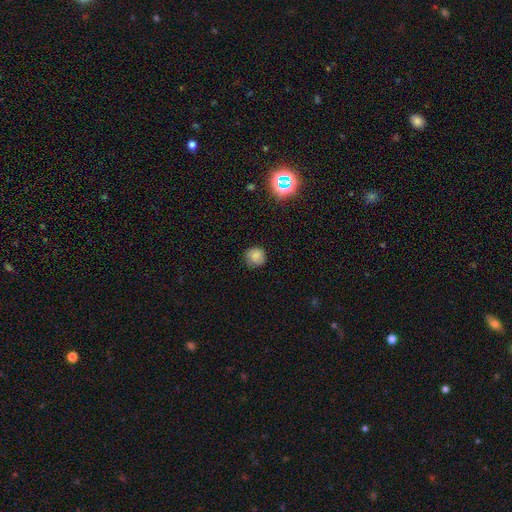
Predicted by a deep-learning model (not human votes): Smooth or featured?
  - smooth: 81% *
  - star or artifact: 12%
  - featured or disk: 7%
How rounded?
  - round: 91% *
  - in between: 8%
  - cigar-shaped: 1%
Merging?
  - none: 82% *
  - minor disturbance: 14%
  - major disturbance: 3%
  - merger: 1%